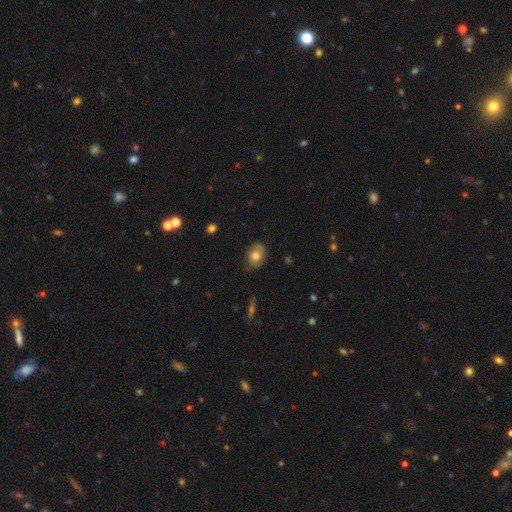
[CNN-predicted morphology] A smooth galaxy with no disk features (61%) that is in between round and cigar-shaped (59%). Merging: none (74%).